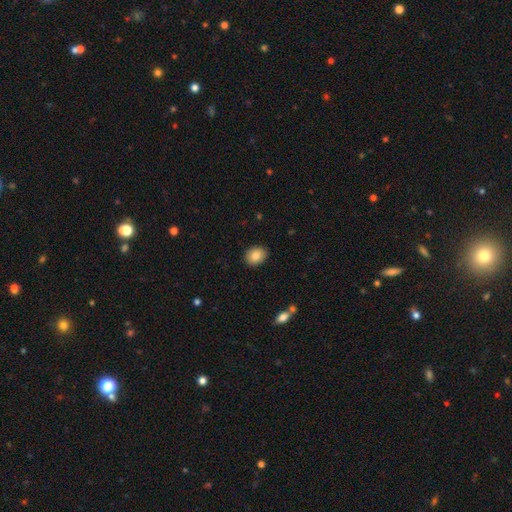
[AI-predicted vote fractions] Smooth or featured?
  - smooth: 85% *
  - star or artifact: 8%
  - featured or disk: 7%
How rounded?
  - round: 55% *
  - in between: 44%
  - cigar-shaped: 1%
Merging?
  - none: 90% *
  - minor disturbance: 7%
  - major disturbance: 2%
  - merger: 1%